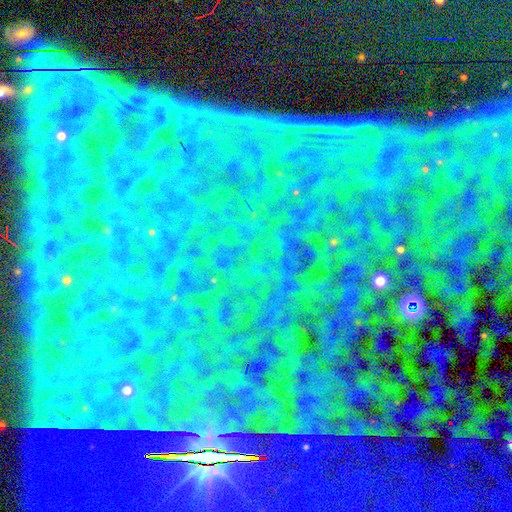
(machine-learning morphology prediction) Q: Smooth or featured?
A: star or artifact (86%); runner-up: featured or disk (7%)